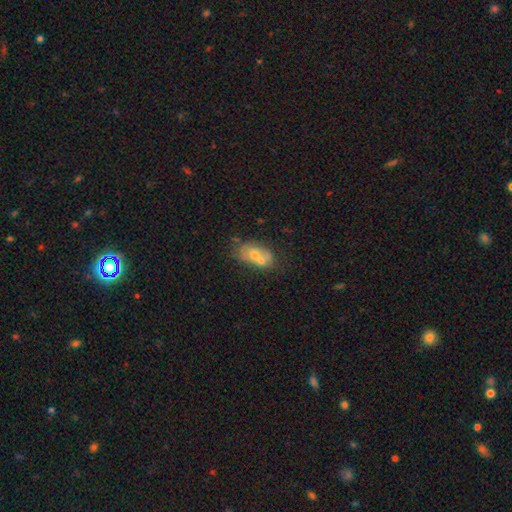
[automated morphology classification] Overall: smooth (54%; featured or disk 37%). How rounded: in between (81%). Merging: merger (47%; none 31%).